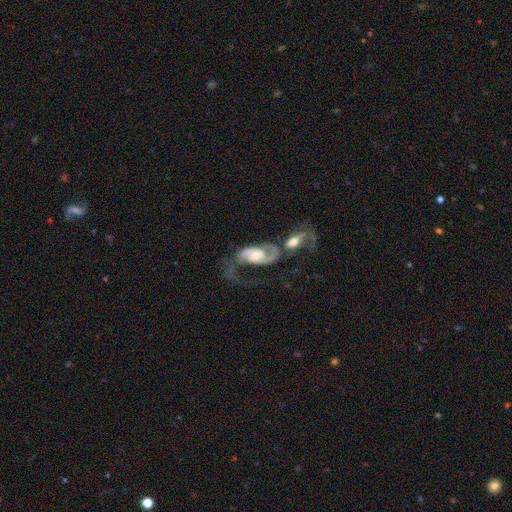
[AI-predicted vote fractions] smooth_or_featured: featured or disk (p=0.82) [alt: smooth p=0.13]
disk_edge_on: no (p=0.95) [alt: yes p=0.05]
bar: no (p=0.63) [alt: weak p=0.27]
has_spiral_arms: yes (p=0.92) [alt: no p=0.08]
spiral_winding: loose (p=0.46) [alt: medium p=0.37]
spiral_arm_count: 2 (p=0.80) [alt: 1 p=0.10]
bulge_size: moderate (p=0.49) [alt: small p=0.40]
merging: merger (p=0.44) [alt: major disturbance p=0.24]